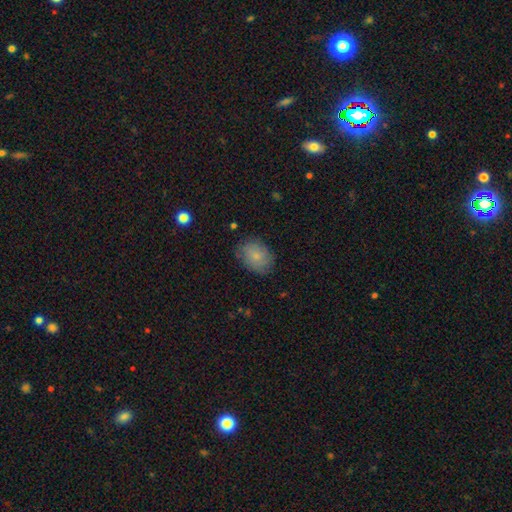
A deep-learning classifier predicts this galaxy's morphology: The model was most divided on "how rounded": in between: 65%, round: 34%, cigar-shaped: 1%. More confident: smooth or featured — smooth (77%); merging — none (76%).